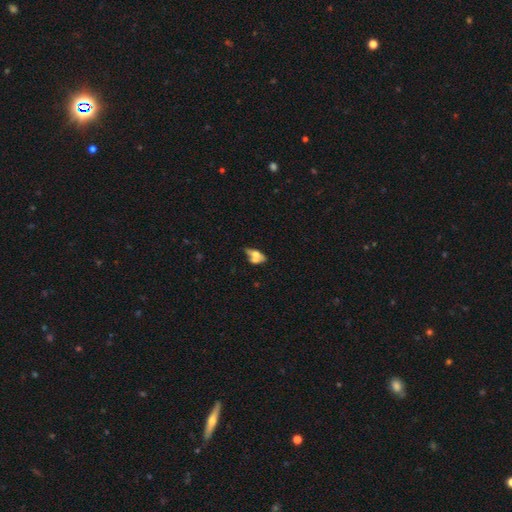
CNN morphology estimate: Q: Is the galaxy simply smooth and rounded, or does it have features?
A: smooth — 51%.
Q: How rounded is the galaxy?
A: in between — 75%.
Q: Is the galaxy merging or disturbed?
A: merger — 43%.